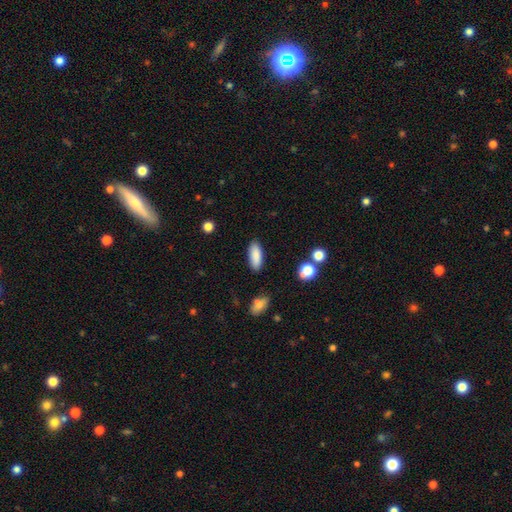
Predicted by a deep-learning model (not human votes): The model was most divided on "how rounded": in between: 73%, cigar-shaped: 25%, round: 2%. More confident: smooth or featured — smooth (87%); merging — none (87%).